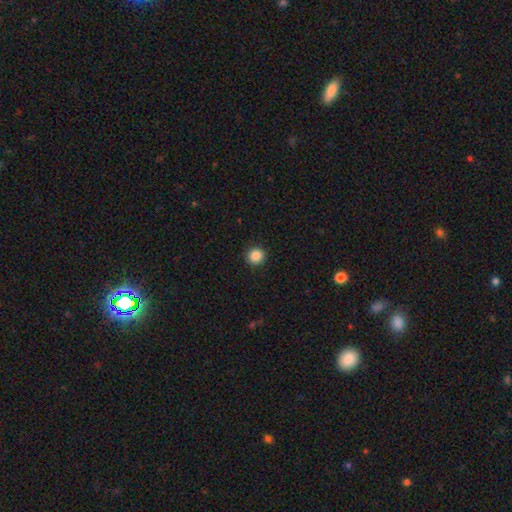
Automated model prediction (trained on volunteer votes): smooth_or_featured: smooth (p=0.88) [alt: star or artifact p=0.10]
how_rounded: round (p=0.93) [alt: in between p=0.06]
merging: none (p=0.92) [alt: minor disturbance p=0.05]